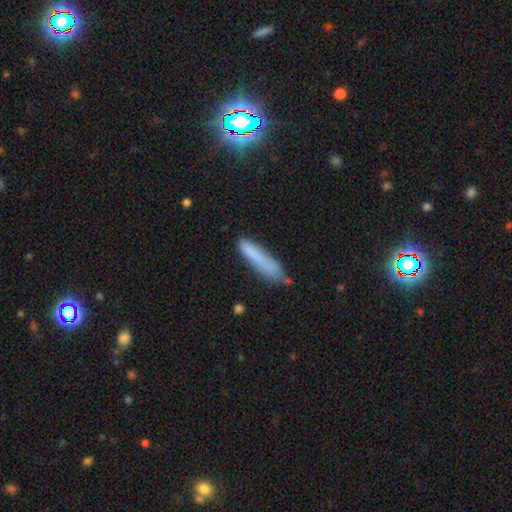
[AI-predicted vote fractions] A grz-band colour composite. It shows a smooth galaxy with no disk features (74%) that is cigar-shaped (87%). Merging: none (67%).